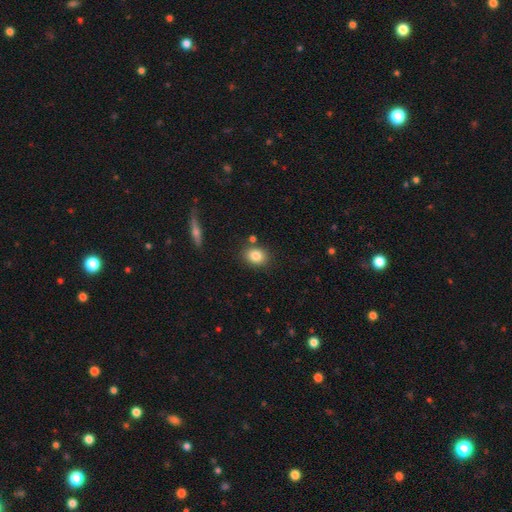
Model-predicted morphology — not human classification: A smooth galaxy with no disk features (83%) that is round (52%). Merging: none (81%).